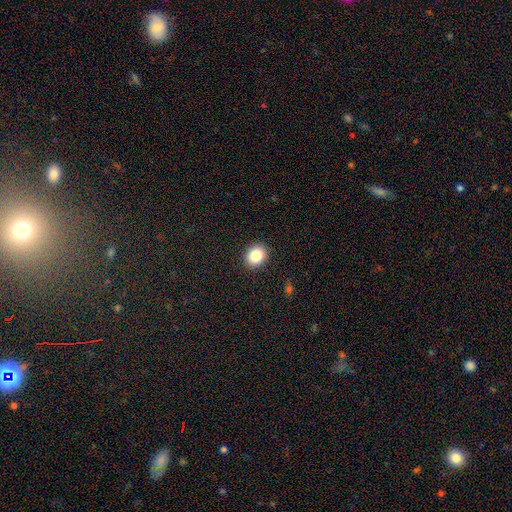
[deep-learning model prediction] smooth_or_featured: smooth (p=0.85) [alt: star or artifact p=0.09]
how_rounded: round (p=0.55) [alt: in between p=0.44]
merging: none (p=0.91) [alt: minor disturbance p=0.06]